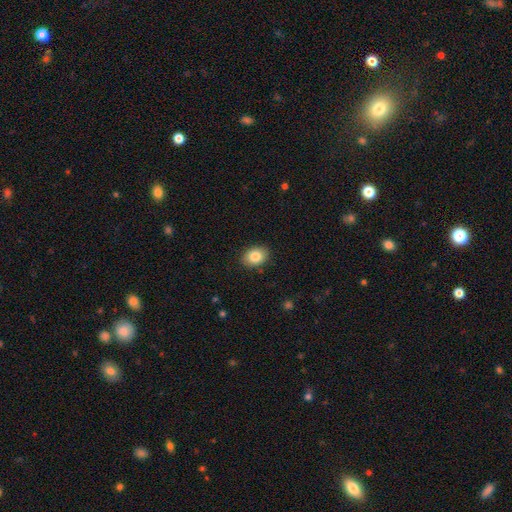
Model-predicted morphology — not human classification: Q: Smooth or featured?
A: smooth (85%); runner-up: star or artifact (8%)
Q: How rounded?
A: in between (69%); runner-up: round (30%)
Q: Merging?
A: none (88%); runner-up: minor disturbance (9%)